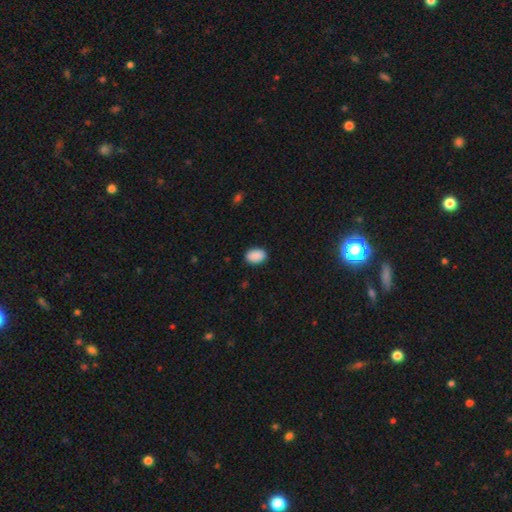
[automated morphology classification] A smooth galaxy with no disk features (91%) that is in between round and cigar-shaped (87%). Merging: none (88%).